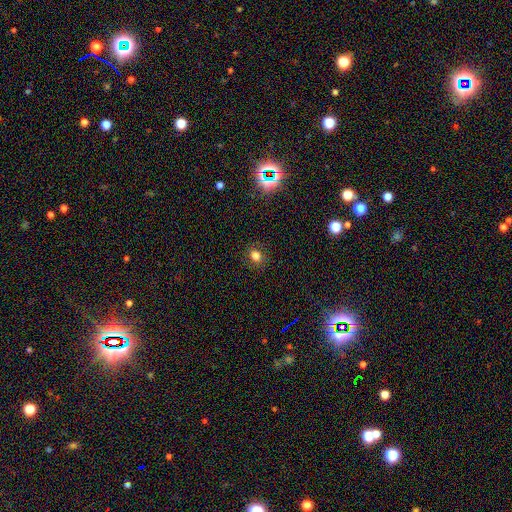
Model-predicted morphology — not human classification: The model was most divided on "how rounded": in between: 50%, round: 48%, cigar-shaped: 1%. More confident: merging — none (87%); smooth or featured — smooth (78%).